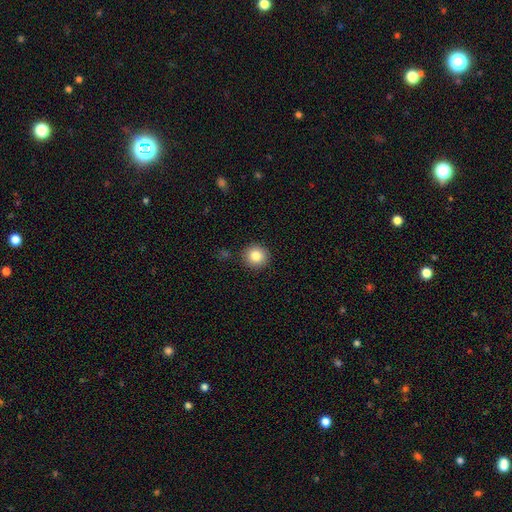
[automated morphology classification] Smooth or featured? Predicted: smooth (p=0.84). How rounded? Predicted: round (p=0.93). Merging? Predicted: none (p=0.90).